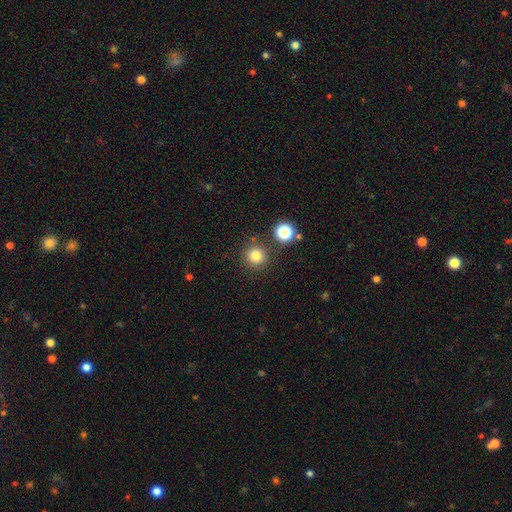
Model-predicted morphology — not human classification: This is likely a smooth galaxy (79%). How rounded: clearly round (95%). Merging: clearly none (84%).